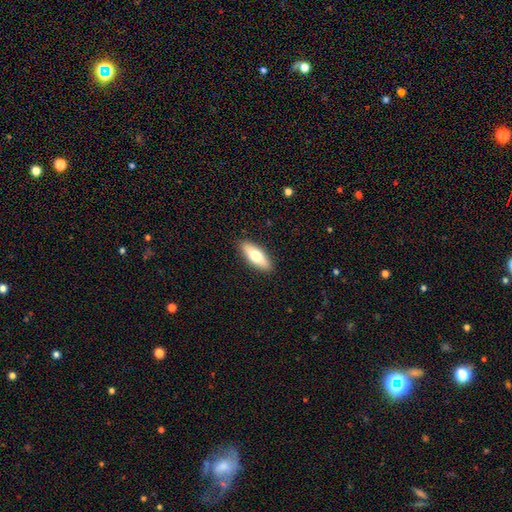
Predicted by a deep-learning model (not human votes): Overall: smooth (68%). How rounded: in between (68%; cigar-shaped 30%). Merging: none (90%).